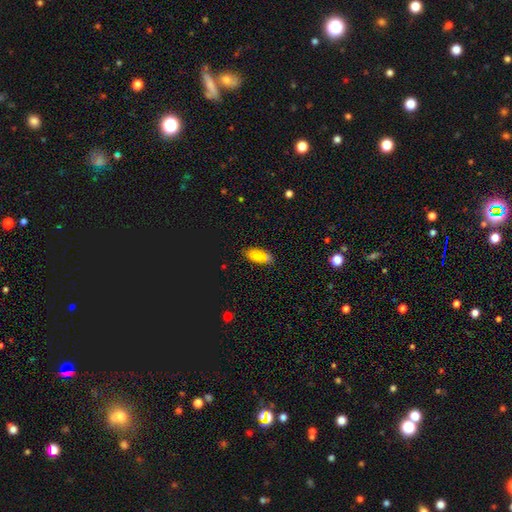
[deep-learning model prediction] This is likely a smooth galaxy (79%). How rounded: clearly in between (86%). Merging: likely none (64%).